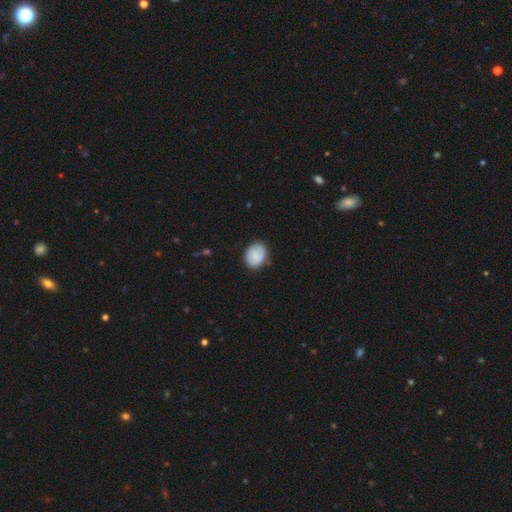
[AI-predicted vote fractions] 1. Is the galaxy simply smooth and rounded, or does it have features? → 83% smooth, 10% featured or disk, 7% star or artifact.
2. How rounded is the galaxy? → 52% in between, 47% round, 1% cigar-shaped.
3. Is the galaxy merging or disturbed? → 79% none, 16% minor disturbance, 3% major disturbance, 1% merger.